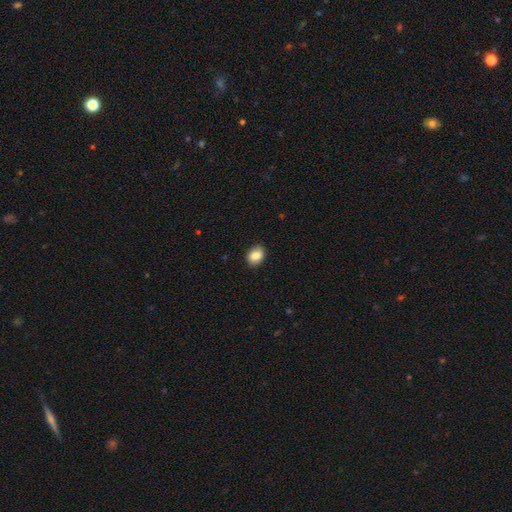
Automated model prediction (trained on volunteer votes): smooth-or-featured: smooth: 86% | star or artifact: 8% | featured or disk: 6%
  how-rounded: in between: 69% | round: 30% | cigar-shaped: 1%
  merging: none: 87% | minor disturbance: 10% | major disturbance: 2% | merger: 1%